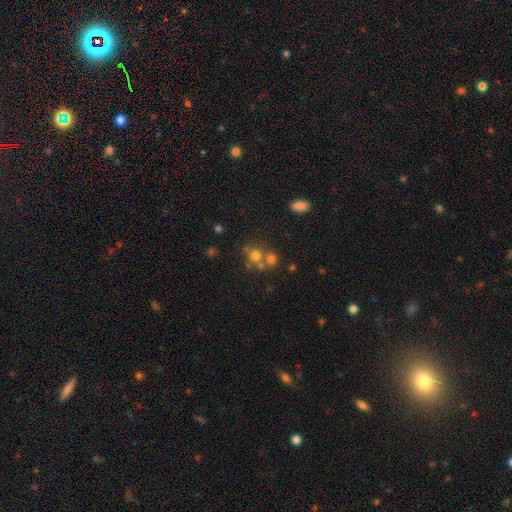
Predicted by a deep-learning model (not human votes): smooth_or_featured: smooth (p=0.66) [alt: star or artifact p=0.18]
how_rounded: round (p=0.85) [alt: in between p=0.14]
merging: none (p=0.50) [alt: merger p=0.38]